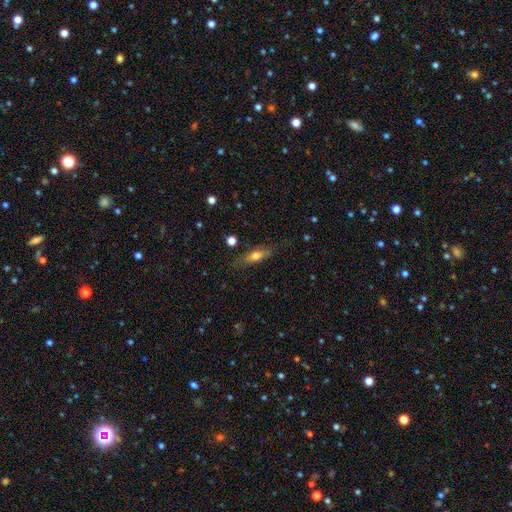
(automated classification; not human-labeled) A smooth galaxy with no disk features (61%) that is cigar-shaped (51%). Merging: none (76%).